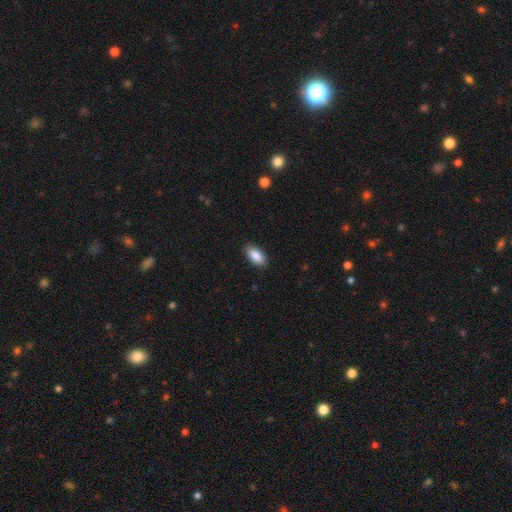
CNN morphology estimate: type=smooth (89%); roundness=in between (93%); merging=none (88%).